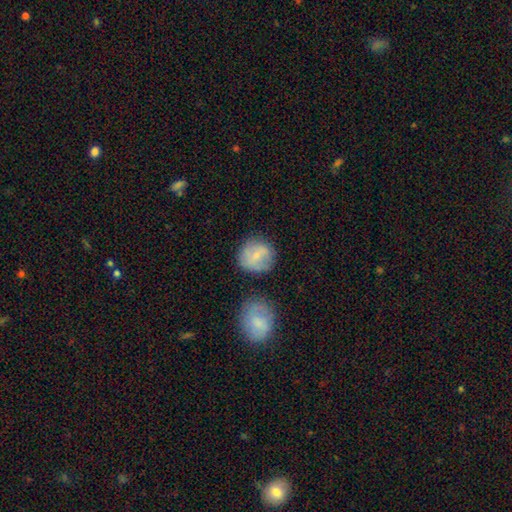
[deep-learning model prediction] Q: Smooth or featured?
A: smooth (69%); runner-up: featured or disk (23%)
Q: How rounded?
A: round (84%); runner-up: in between (15%)
Q: Merging?
A: none (71%); runner-up: minor disturbance (17%)